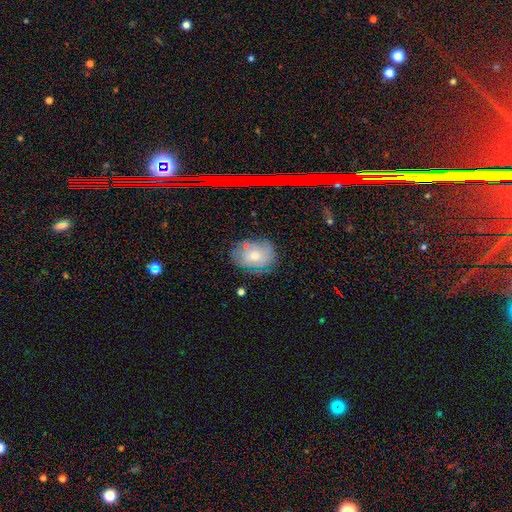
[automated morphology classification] The model was most divided on "how rounded": in between: 56%, round: 43%, cigar-shaped: 1%. More confident: merging — none (72%); smooth or featured — smooth (52%).